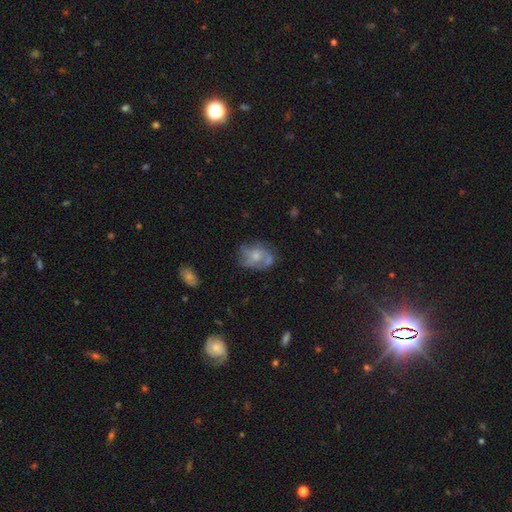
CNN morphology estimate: Overall: featured or disk (54%; smooth 38%). Edge-on disk: no (97%). Bar: no (79%). Spiral arms: yes (55%; no 45%). Bulge size: moderate (45%; small 42%). Merging: none (50%; minor disturbance 26%).